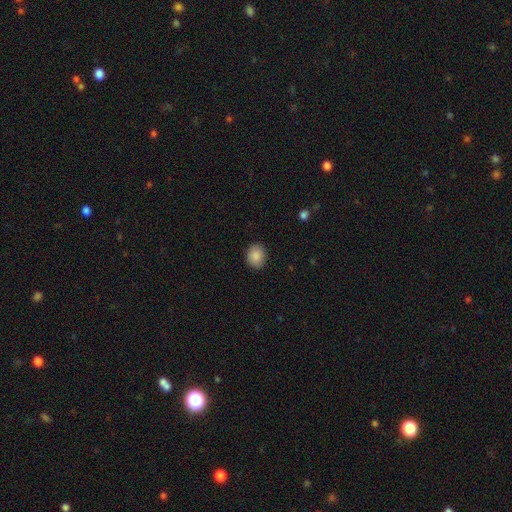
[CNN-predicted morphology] A smooth galaxy with no disk features (88%) that is round (60%). Merging: none (89%).